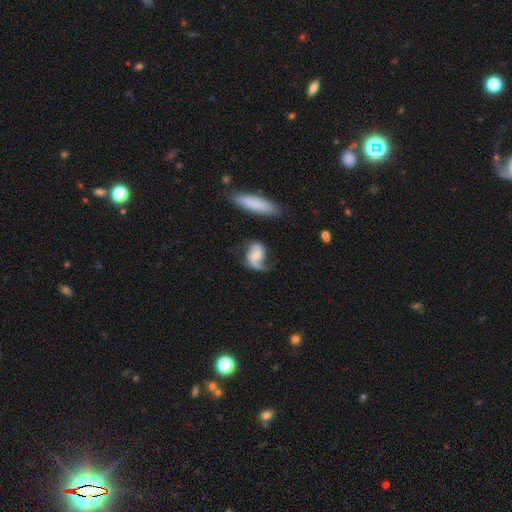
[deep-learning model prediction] A featured or disk galaxy (74%) with no bar (48%), 2 (60%) loose (54%) spiral arms (92%) and a small central bulge (45%).

Vote fractions:
- Smooth or featured? featured or disk: 74% / smooth: 20% / star or artifact: 6%
- Edge-on disk? no: 96% / yes: 4%
- Bar? no: 48% / weak: 38% / strong: 14%
- Spiral arms? yes: 92% / no: 8%
- Spiral winding? loose: 54% / medium: 34% / tight: 12%
- Spiral arm count? 2: 60% / 1: 33% / can't tell: 4% / 3: 1% / 4: 1% / more than 4: 1%
- Bulge size? small: 45% / moderate: 44% / none: 6% / large: 4% / dominant: 1%
- Merging? none: 45% / major disturbance: 25% / minor disturbance: 23% / merger: 7%